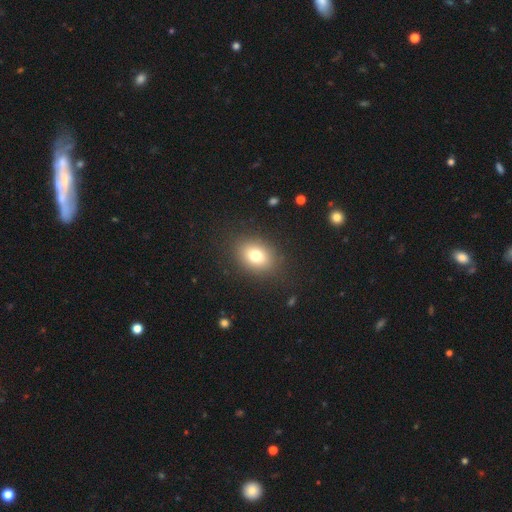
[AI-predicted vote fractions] This appears to be a smooth galaxy with no disk features (76%) that is in between round and cigar-shaped (64%). Merging: none (87%).